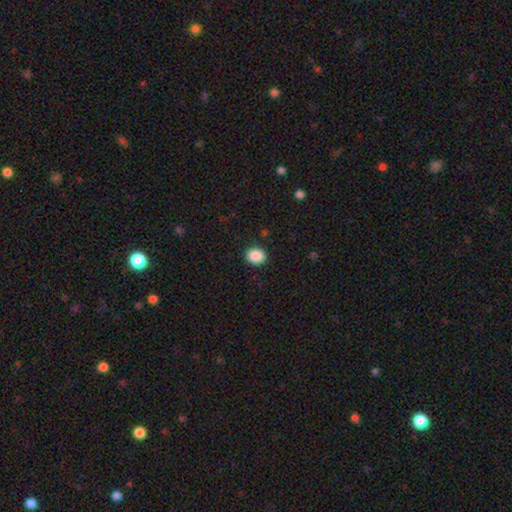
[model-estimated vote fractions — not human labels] smooth 89%, star or artifact 8%, featured or disk 3%. Down the decision tree: how rounded — round (58%); merging — none (89%).